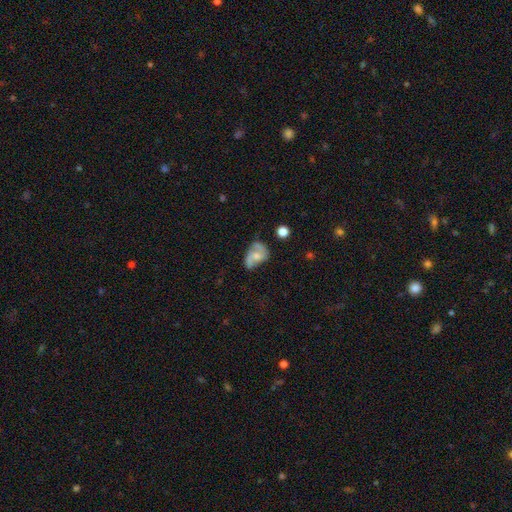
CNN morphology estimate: smooth_or_featured: featured or disk (p=0.59) [alt: smooth p=0.32]
disk_edge_on: no (p=0.97) [alt: yes p=0.03]
bar: no (p=0.68) [alt: weak p=0.27]
has_spiral_arms: yes (p=0.79) [alt: no p=0.21]
bulge_size: moderate (p=0.42) [alt: small p=0.39]
merging: none (p=0.41) [alt: minor disturbance p=0.29]